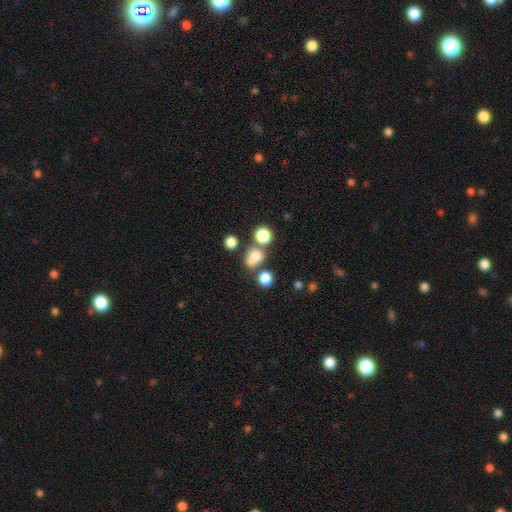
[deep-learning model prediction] smooth 73%, star or artifact 16%, featured or disk 11%. Down the decision tree: how rounded — round (67%); merging — none (50%).